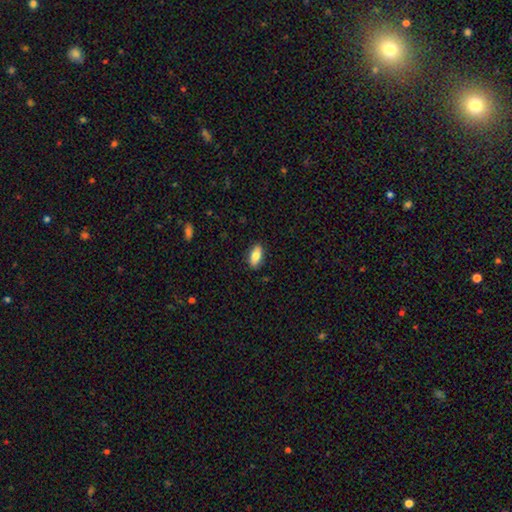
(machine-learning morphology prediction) The model was most divided on "smooth or featured": smooth: 81%, featured or disk: 13%, star or artifact: 6%. More confident: merging — none (89%); how rounded — in between (87%).